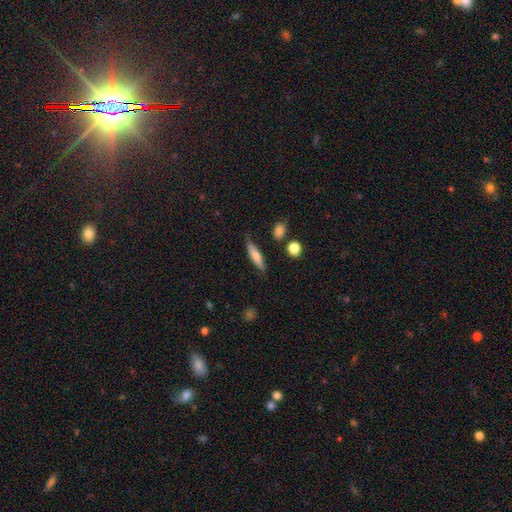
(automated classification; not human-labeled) Overall: smooth (73%). How rounded: cigar-shaped (71%). Merging: none (77%).